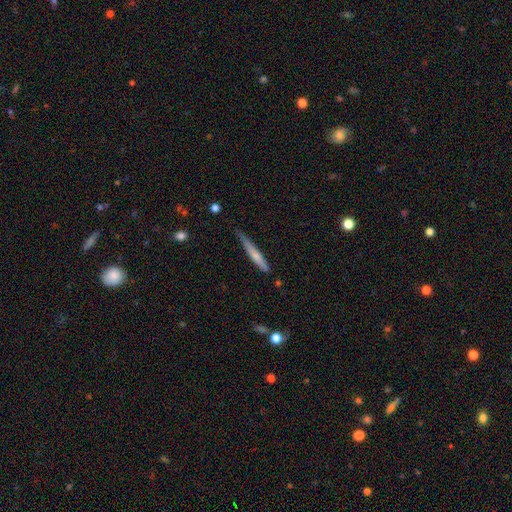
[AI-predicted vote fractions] Smooth or featured: smooth — 60% (featured or disk — 34%)
How rounded: cigar-shaped — 95% (in between — 4%)
Merging: none — 62% (minor disturbance — 30%)